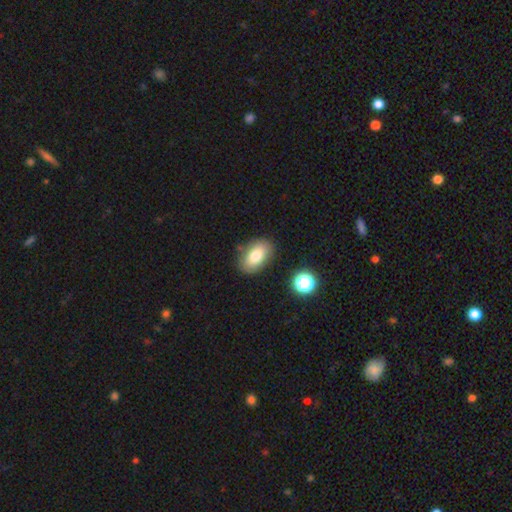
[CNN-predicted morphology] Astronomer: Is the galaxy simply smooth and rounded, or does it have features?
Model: smooth — 80%.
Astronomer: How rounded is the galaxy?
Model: in between — 90%.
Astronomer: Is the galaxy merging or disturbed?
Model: none — 81%.